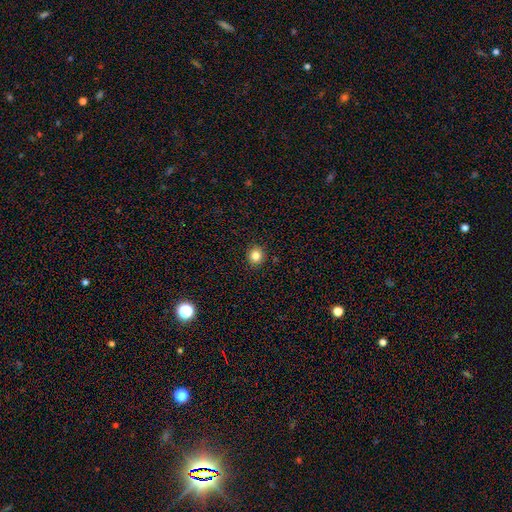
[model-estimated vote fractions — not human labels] smooth 83%, star or artifact 12%, featured or disk 5%. Down the decision tree: how rounded — round (90%); merging — none (92%).